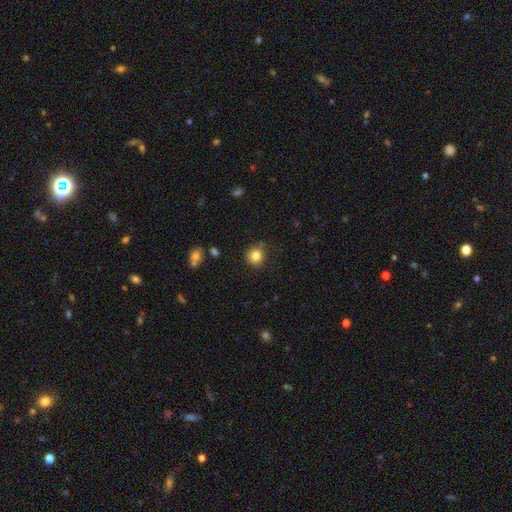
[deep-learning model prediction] Morphology: type=smooth (83%); roundness=round (90%); merging=none (81%).